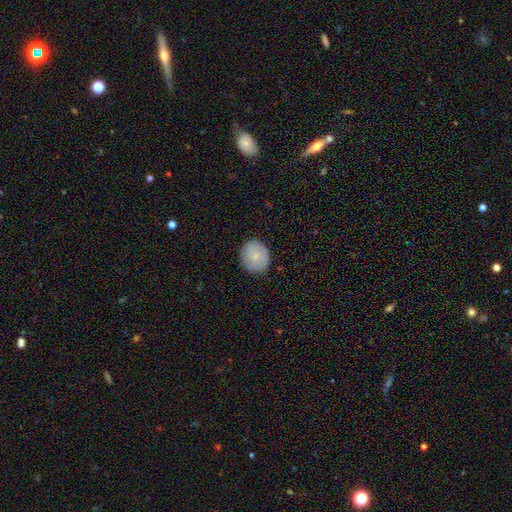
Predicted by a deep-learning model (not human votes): Overall: smooth (76%). How rounded: round (82%). Merging: none (86%).